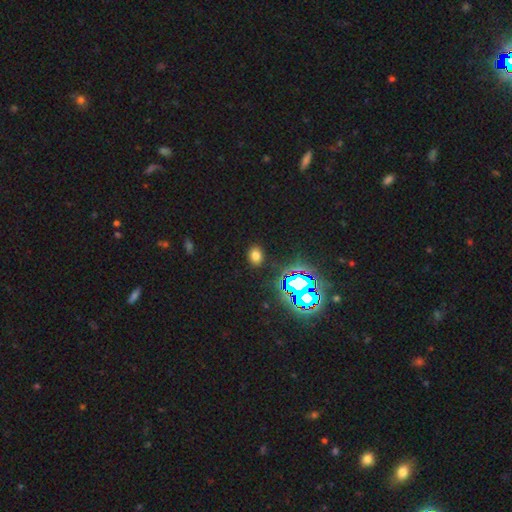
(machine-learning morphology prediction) smooth 67%, star or artifact 26%, featured or disk 7%. Down the decision tree: how rounded — in between (53%); merging — none (88%).